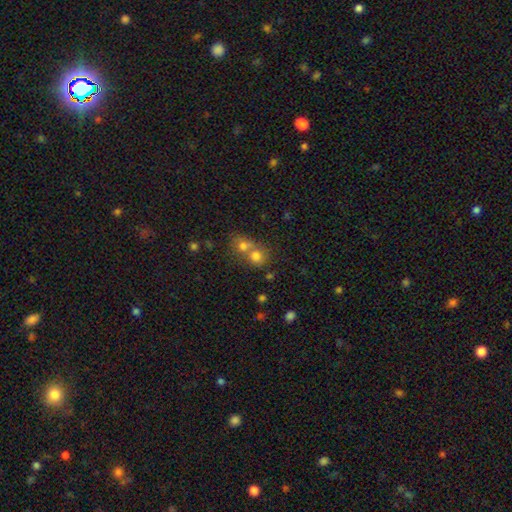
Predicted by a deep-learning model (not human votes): Overall: smooth (72%). How rounded: round (80%). Merging: merger (58%; none 34%).